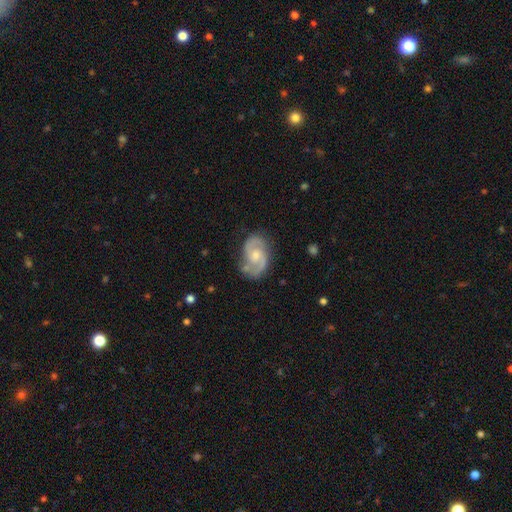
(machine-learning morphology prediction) smooth_or_featured: featured or disk (p=0.86) [alt: smooth p=0.09]
disk_edge_on: no (p=0.98) [alt: yes p=0.02]
bar: no (p=0.52) [alt: weak p=0.42]
has_spiral_arms: yes (p=0.97) [alt: no p=0.03]
spiral_winding: medium (p=0.57) [alt: tight p=0.23]
spiral_arm_count: 2 (p=0.92) [alt: can't tell p=0.03]
bulge_size: moderate (p=0.52) [alt: small p=0.38]
merging: none (p=0.78) [alt: minor disturbance p=0.16]